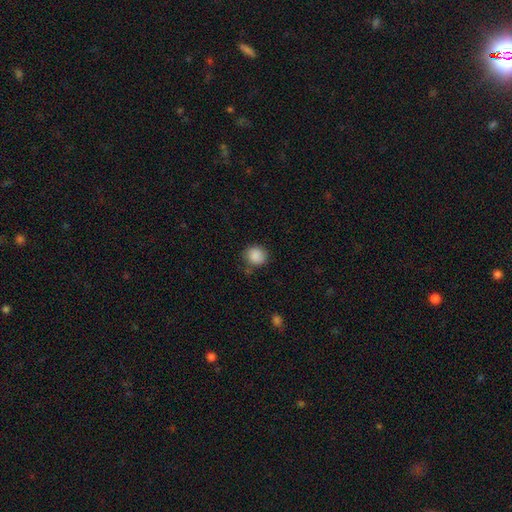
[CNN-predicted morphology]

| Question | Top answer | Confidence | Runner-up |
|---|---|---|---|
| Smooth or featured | smooth | 87% | star or artifact (8%) |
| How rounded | round | 81% | in between (18%) |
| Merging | none | 75% | minor disturbance (18%) |